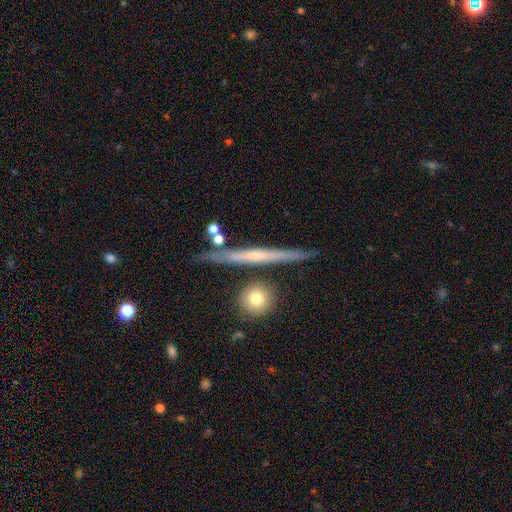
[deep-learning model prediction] Smooth or featured? Predicted: featured or disk (p=0.66). Edge-on disk? Predicted: yes (p=0.96). Edge-on bulge? Predicted: none (p=0.65). Merging? Predicted: none (p=0.83).